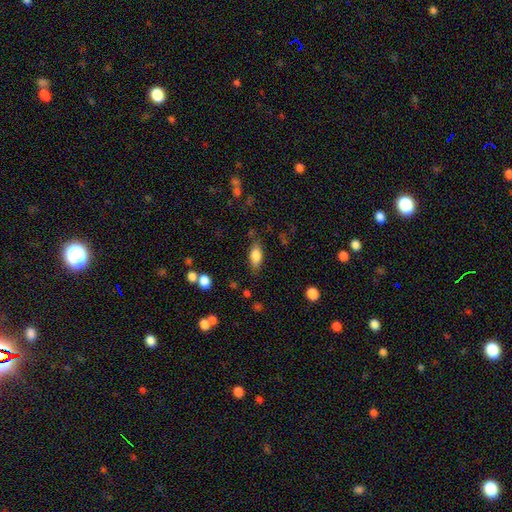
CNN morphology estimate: This is clearly a smooth galaxy (80%). How rounded: clearly in between (83%). Merging: likely none (76%).